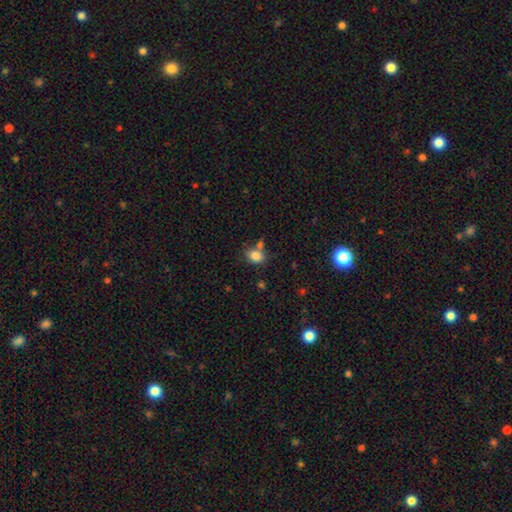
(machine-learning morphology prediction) Smooth or featured: smooth — 83% (star or artifact — 10%)
How rounded: in between — 67% (round — 32%)
Merging: none — 60% (merger — 20%)